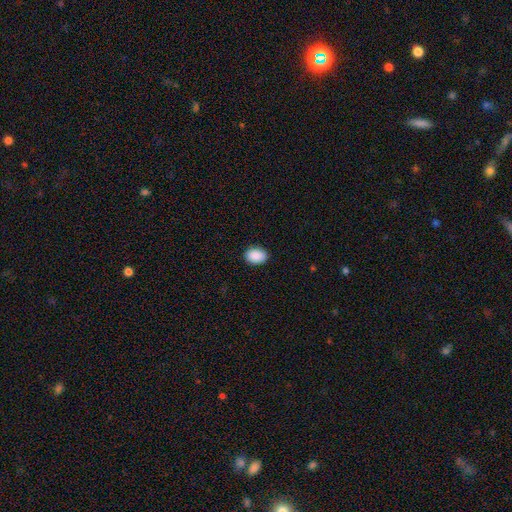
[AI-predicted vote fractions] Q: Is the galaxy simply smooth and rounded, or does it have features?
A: smooth — 91%.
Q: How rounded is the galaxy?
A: in between — 75%.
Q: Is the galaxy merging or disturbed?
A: none — 89%.